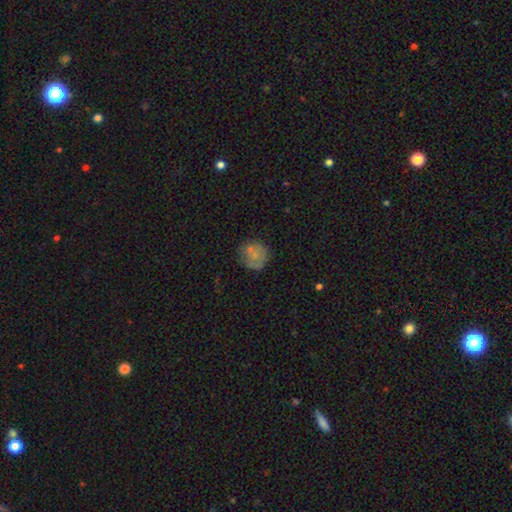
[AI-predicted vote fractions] This is likely a smooth galaxy (64%). How rounded: clearly round (85%). Merging: likely none (61%).